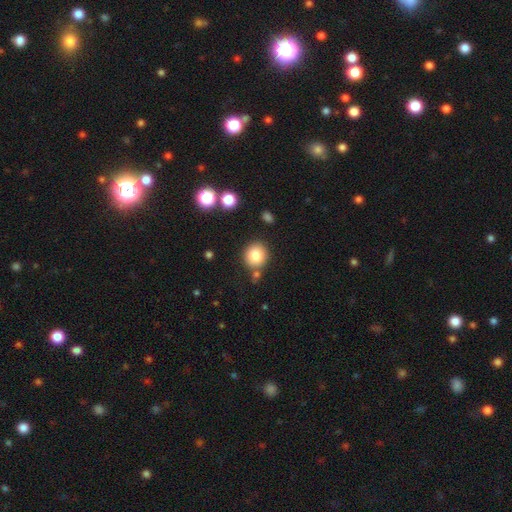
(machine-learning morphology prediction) smooth 82%, star or artifact 10%, featured or disk 8%. Down the decision tree: how rounded — round (86%); merging — none (77%).